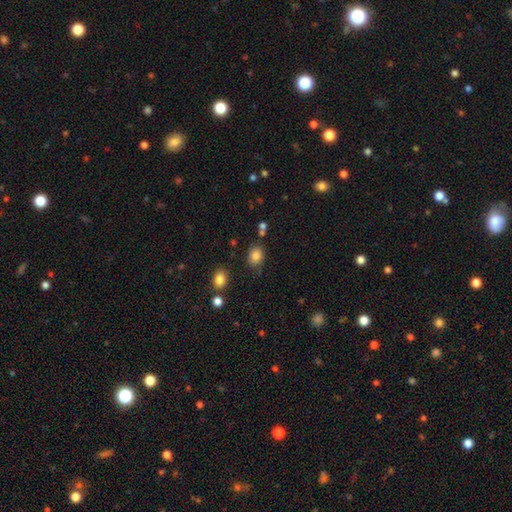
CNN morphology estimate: Smooth or featured?
  - smooth: 84% *
  - star or artifact: 10%
  - featured or disk: 6%
How rounded?
  - in between: 52% *
  - round: 47%
  - cigar-shaped: 1%
Merging?
  - none: 75% *
  - minor disturbance: 16%
  - merger: 6%
  - major disturbance: 4%